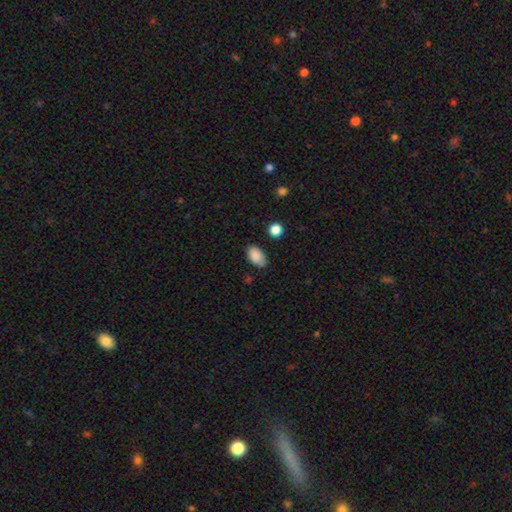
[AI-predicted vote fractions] Morphology: type=smooth (88%); roundness=in between (92%); merging=none (74%).